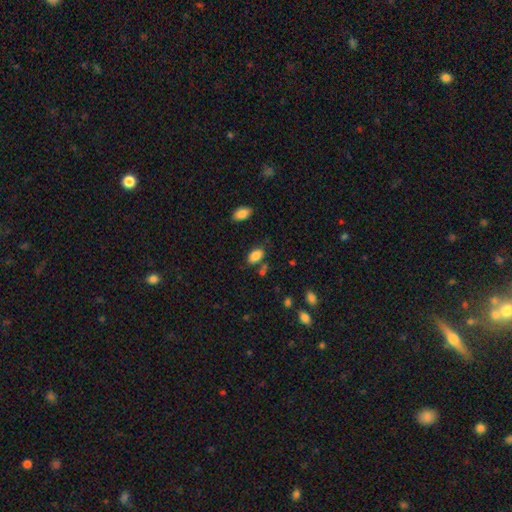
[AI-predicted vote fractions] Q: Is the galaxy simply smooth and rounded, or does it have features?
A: smooth — 85%.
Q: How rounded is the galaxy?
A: in between — 92%.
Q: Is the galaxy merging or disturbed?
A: none — 70%.